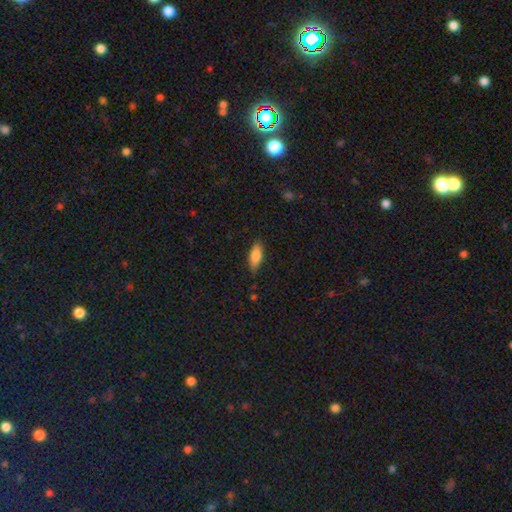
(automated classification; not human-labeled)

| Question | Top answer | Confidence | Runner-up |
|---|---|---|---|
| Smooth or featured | smooth | 82% | featured or disk (12%) |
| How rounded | in between | 77% | cigar-shaped (21%) |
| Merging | none | 81% | minor disturbance (15%) |